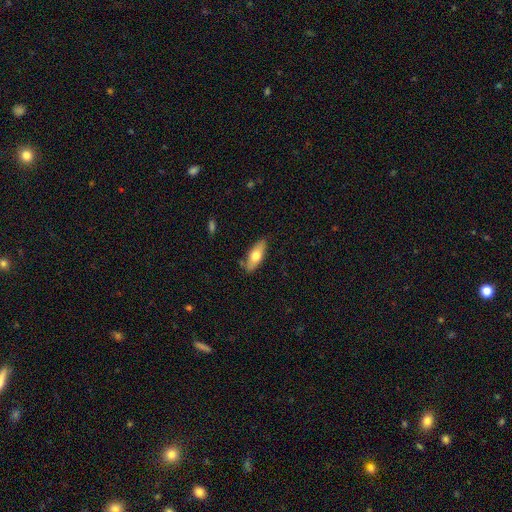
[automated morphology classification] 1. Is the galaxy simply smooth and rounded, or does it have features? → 66% smooth, 28% featured or disk, 6% star or artifact.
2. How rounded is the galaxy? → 74% in between, 24% cigar-shaped, 3% round.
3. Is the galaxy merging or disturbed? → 79% none, 16% minor disturbance, 3% major disturbance, 3% merger.